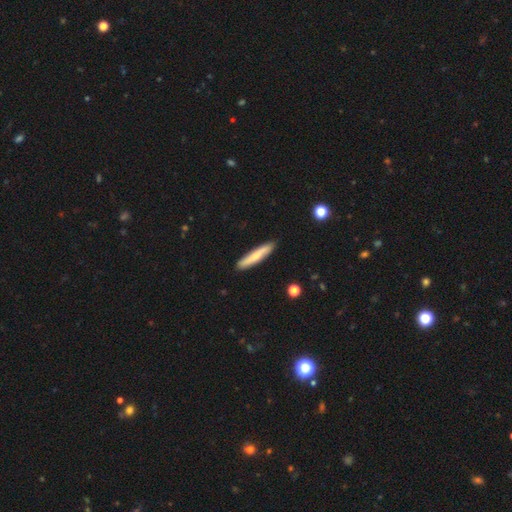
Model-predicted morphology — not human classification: This is likely a smooth galaxy (65%). How rounded: clearly cigar-shaped (91%). Merging: clearly none (89%).